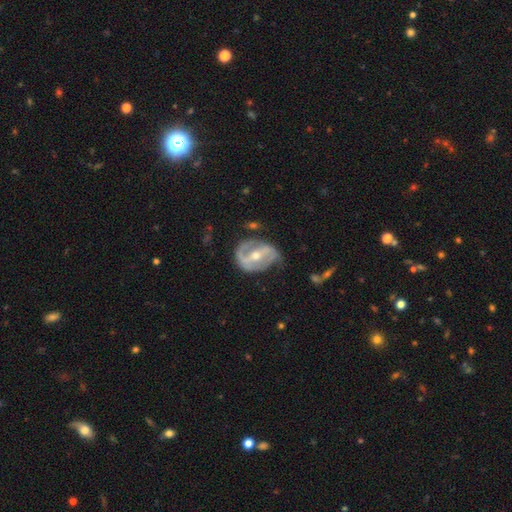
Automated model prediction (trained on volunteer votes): This appears to be a featured or disk galaxy (82%) with a strong bar (58%), 2 (77%) medium (41%) spiral arms (76%) and a moderate central bulge (56%). Merging: none (59%).